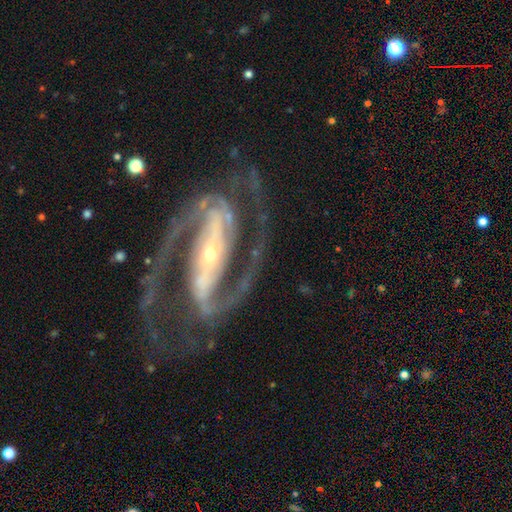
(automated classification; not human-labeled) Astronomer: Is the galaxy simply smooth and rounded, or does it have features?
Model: featured or disk — 92%.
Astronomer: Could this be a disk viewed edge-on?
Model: no — 95%.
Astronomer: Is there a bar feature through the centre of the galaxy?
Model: strong — 74%.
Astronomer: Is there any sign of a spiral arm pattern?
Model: yes — 98%.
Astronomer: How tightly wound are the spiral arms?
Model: medium — 57%.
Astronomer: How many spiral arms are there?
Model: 2 — 93%.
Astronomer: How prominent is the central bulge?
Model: small — 73%.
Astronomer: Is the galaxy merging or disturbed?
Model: none — 77%.